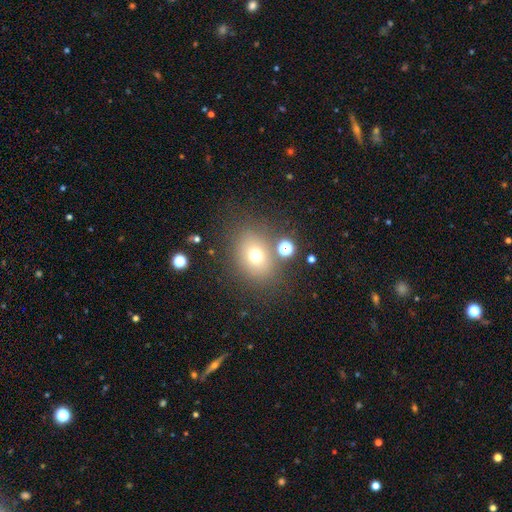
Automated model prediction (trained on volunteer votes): smooth_or_featured: smooth (p=0.69) [alt: star or artifact p=0.17]
how_rounded: round (p=0.54) [alt: in between p=0.45]
merging: none (p=0.76) [alt: minor disturbance p=0.11]